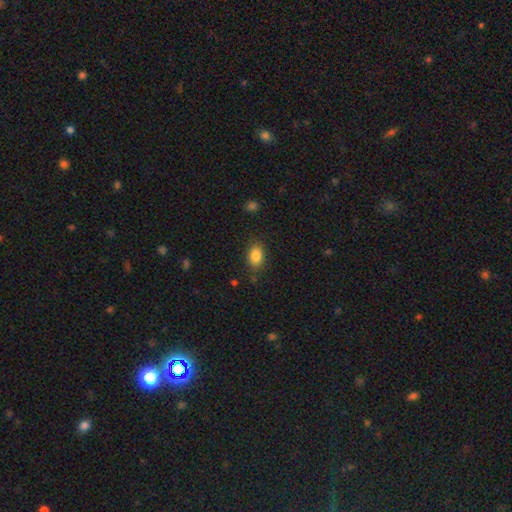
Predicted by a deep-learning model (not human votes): Smooth or featured? Predicted: smooth (p=0.86). How rounded? Predicted: in between (p=0.83). Merging? Predicted: none (p=0.82).